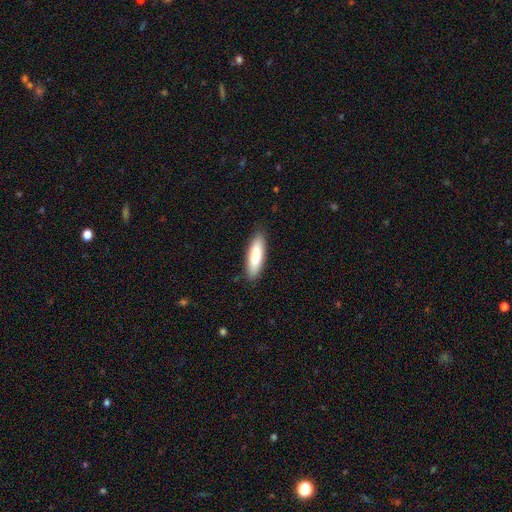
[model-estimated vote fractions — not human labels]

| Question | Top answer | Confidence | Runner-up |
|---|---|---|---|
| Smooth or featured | smooth | 81% | featured or disk (13%) |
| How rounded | cigar-shaped | 56% | in between (43%) |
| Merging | none | 87% | minor disturbance (10%) |